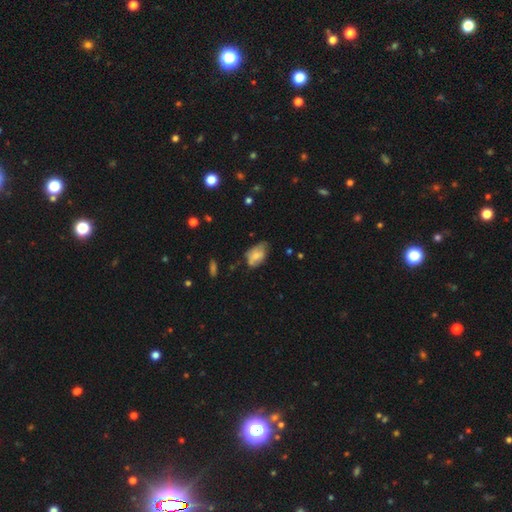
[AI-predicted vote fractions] Smooth or featured? smooth (66%)
How rounded? in between (90%)
Merging? none (44%)